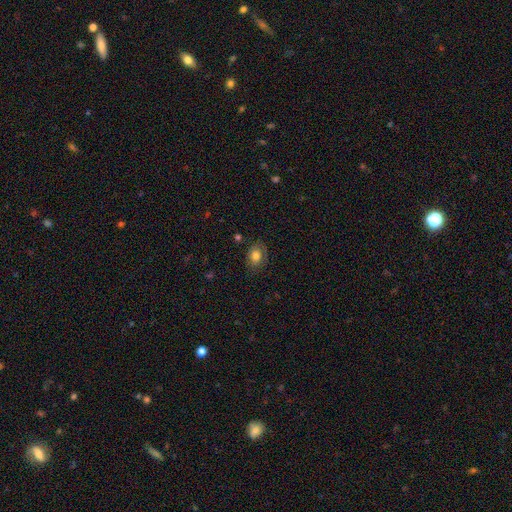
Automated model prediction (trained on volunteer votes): smooth-or-featured: smooth: 73% | featured or disk: 17% | star or artifact: 10%
  how-rounded: in between: 66% | round: 33% | cigar-shaped: 1%
  merging: none: 75% | minor disturbance: 18% | major disturbance: 6% | merger: 2%